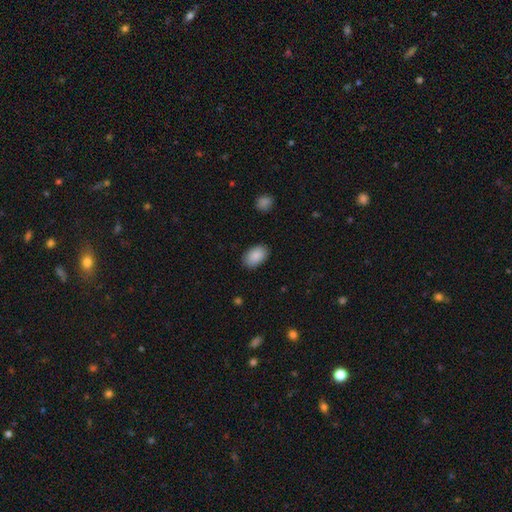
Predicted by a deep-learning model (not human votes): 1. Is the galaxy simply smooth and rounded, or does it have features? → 90% smooth, 6% star or artifact, 4% featured or disk.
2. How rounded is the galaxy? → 92% in between, 7% round, 1% cigar-shaped.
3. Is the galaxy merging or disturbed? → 87% none, 10% minor disturbance, 2% major disturbance, 1% merger.